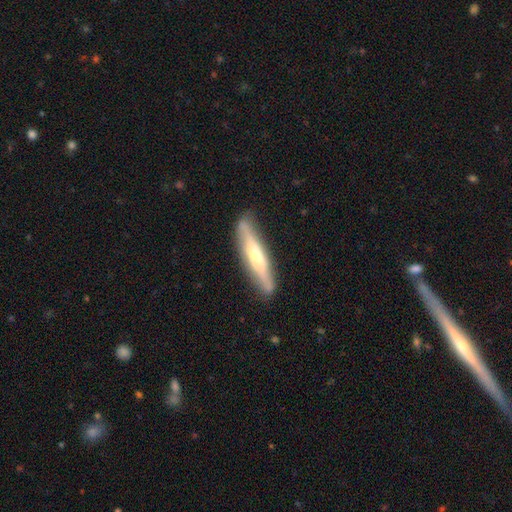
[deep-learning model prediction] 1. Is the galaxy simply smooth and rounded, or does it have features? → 55% featured or disk, 39% smooth, 5% star or artifact.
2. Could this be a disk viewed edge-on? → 83% yes, 17% no.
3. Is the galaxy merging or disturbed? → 82% none, 13% minor disturbance, 3% major disturbance, 2% merger.